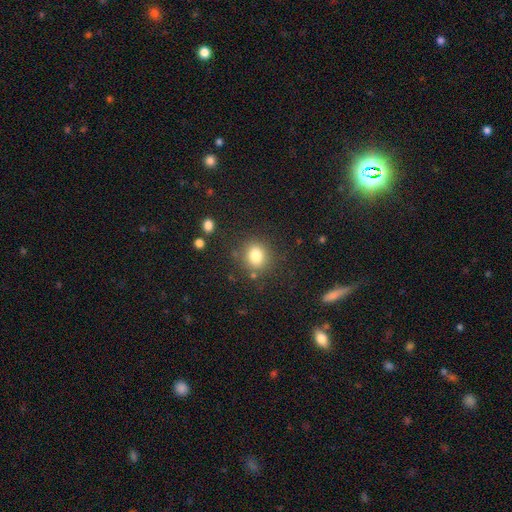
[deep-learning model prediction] This appears to be a smooth galaxy with no disk features (80%) that is round (72%). Merging: none (82%).